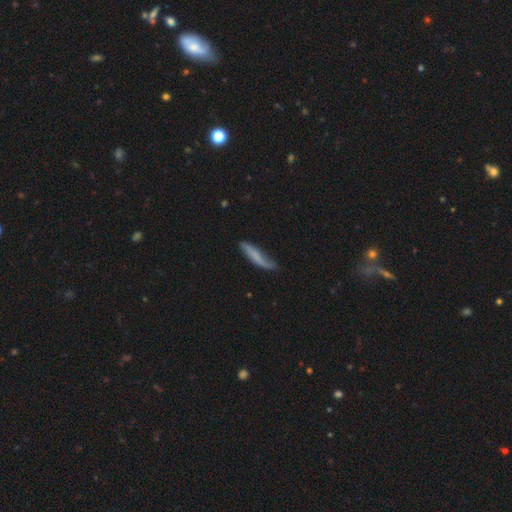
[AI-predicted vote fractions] Q: Smooth or featured?
A: smooth (58%); runner-up: featured or disk (35%)
Q: How rounded?
A: cigar-shaped (83%); runner-up: in between (15%)
Q: Merging?
A: none (53%); runner-up: minor disturbance (33%)